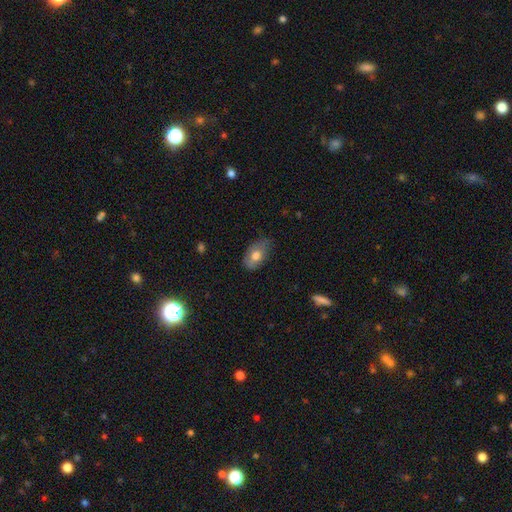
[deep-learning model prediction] Smooth or featured? smooth (71%)
How rounded? in between (89%)
Merging? none (63%)